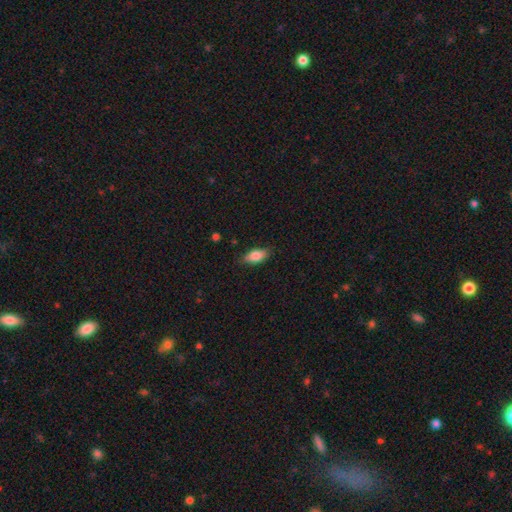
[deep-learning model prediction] Q: Smooth or featured?
A: smooth (84%); runner-up: featured or disk (9%)
Q: How rounded?
A: in between (87%); runner-up: cigar-shaped (10%)
Q: Merging?
A: none (82%); runner-up: minor disturbance (14%)